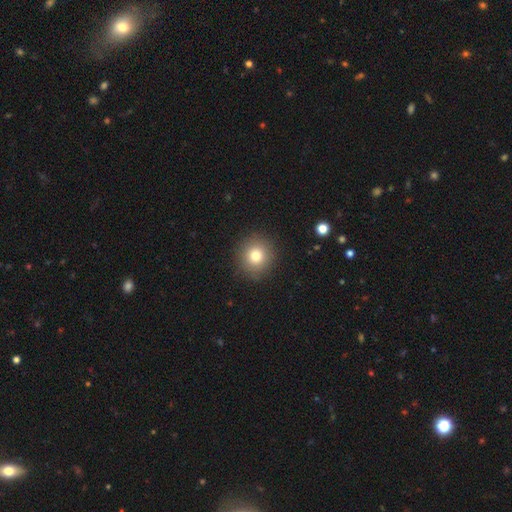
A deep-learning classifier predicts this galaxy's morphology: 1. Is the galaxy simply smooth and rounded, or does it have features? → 78% smooth, 12% star or artifact, 10% featured or disk.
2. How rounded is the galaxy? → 91% round, 8% in between, 1% cigar-shaped.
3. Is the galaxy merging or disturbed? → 90% none, 7% minor disturbance, 2% major disturbance, 1% merger.